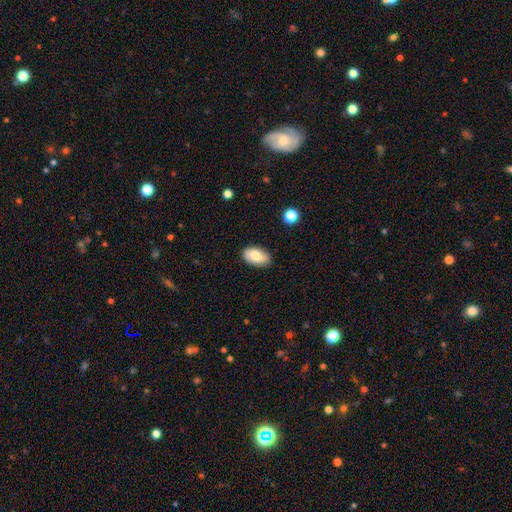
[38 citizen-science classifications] A smooth galaxy with no disk features (74%) that is in between round and cigar-shaped (100%).

Vote fractions:
- Smooth or featured? smooth: 74% / featured or disk: 18% / star or artifact: 8%
- How rounded? in between: 100% / round: 0% / cigar-shaped: 0%
- Merging? none: 83% / minor disturbance: 14% / major disturbance: 3% / merger: 0%